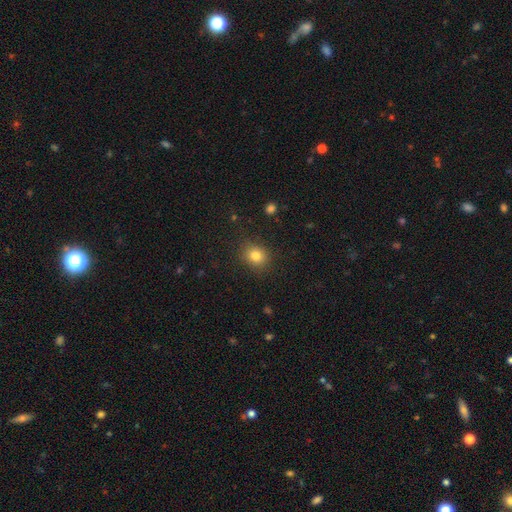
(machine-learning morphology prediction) Smooth or featured: smooth — 81% (star or artifact — 12%)
How rounded: round — 70% (in between — 29%)
Merging: none — 86% (minor disturbance — 10%)